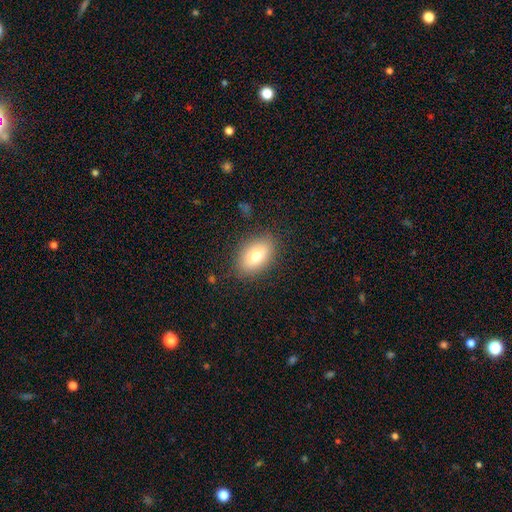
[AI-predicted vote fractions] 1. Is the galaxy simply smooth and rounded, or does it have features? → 76% smooth, 16% featured or disk, 8% star or artifact.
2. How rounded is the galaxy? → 87% in between, 10% round, 3% cigar-shaped.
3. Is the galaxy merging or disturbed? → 84% none, 11% minor disturbance, 3% major disturbance, 1% merger.